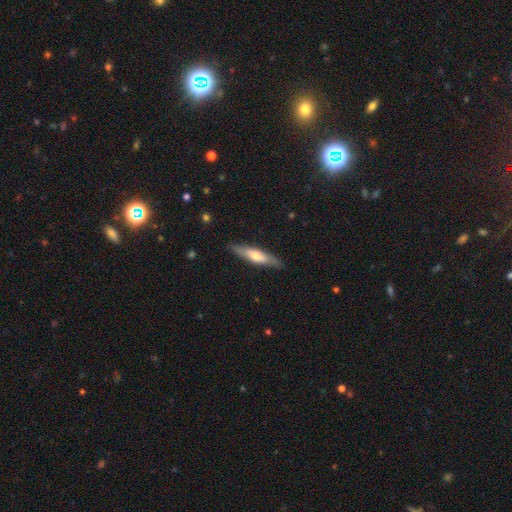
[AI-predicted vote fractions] featured or disk 48%, smooth 47%, star or artifact 5%. Down the decision tree: merging — none (86%).